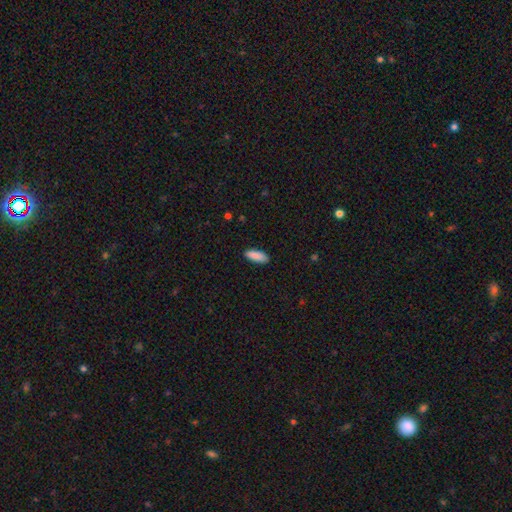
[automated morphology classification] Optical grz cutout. It shows a smooth galaxy with no disk features (90%) that is in between round and cigar-shaped (70%). Merging: none (89%).